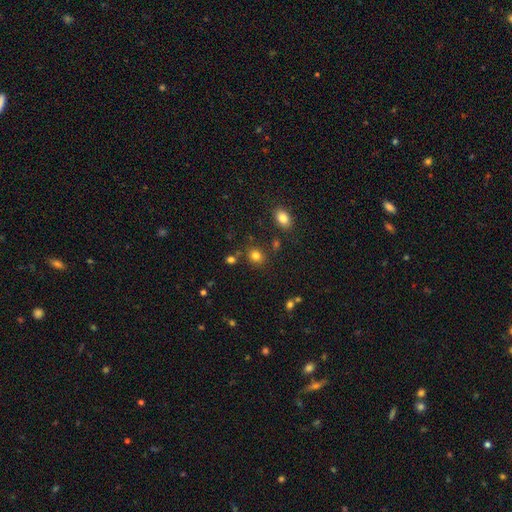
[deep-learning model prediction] smooth_or_featured: smooth (p=0.81) [alt: star or artifact p=0.13]
how_rounded: round (p=0.69) [alt: in between p=0.30]
merging: none (p=0.82) [alt: minor disturbance p=0.09]